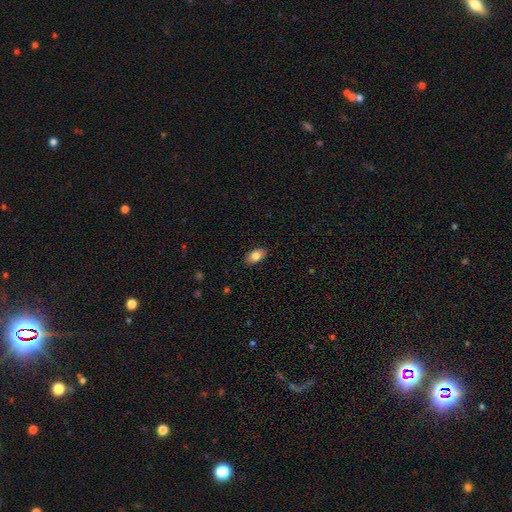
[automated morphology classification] A smooth galaxy with no disk features (83%) that is in between round and cigar-shaped (92%).

Vote fractions:
- Smooth or featured? smooth: 83% / featured or disk: 10% / star or artifact: 7%
- How rounded? in between: 92% / round: 5% / cigar-shaped: 3%
- Merging? none: 88% / minor disturbance: 9% / major disturbance: 2% / merger: 1%